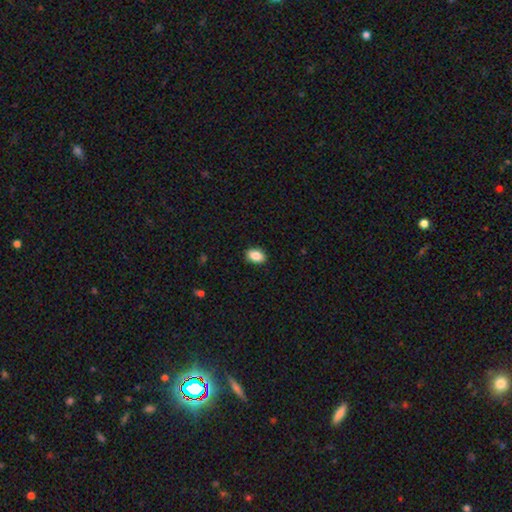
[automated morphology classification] A smooth galaxy with no disk features (87%) that is in between round and cigar-shaped (84%).

Vote fractions:
- Smooth or featured? smooth: 87% / star or artifact: 8% / featured or disk: 5%
- How rounded? in between: 84% / round: 15% / cigar-shaped: 1%
- Merging? none: 89% / minor disturbance: 8% / major disturbance: 2% / merger: 1%